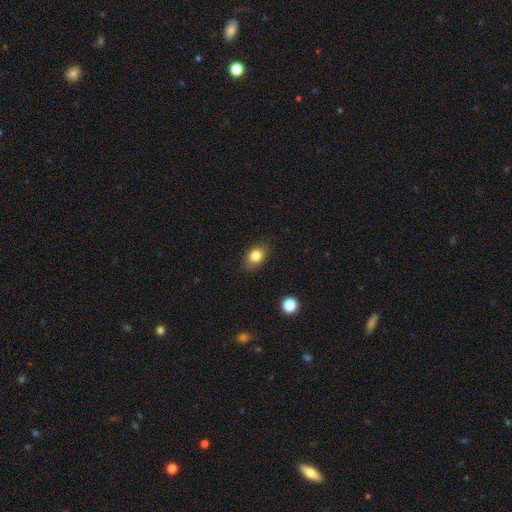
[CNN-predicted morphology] A smooth galaxy with no disk features (83%) that is in between round and cigar-shaped (68%).

Vote fractions:
- Smooth or featured? smooth: 83% / star or artifact: 10% / featured or disk: 7%
- How rounded? in between: 68% / round: 30% / cigar-shaped: 1%
- Merging? none: 84% / minor disturbance: 12% / major disturbance: 3% / merger: 1%